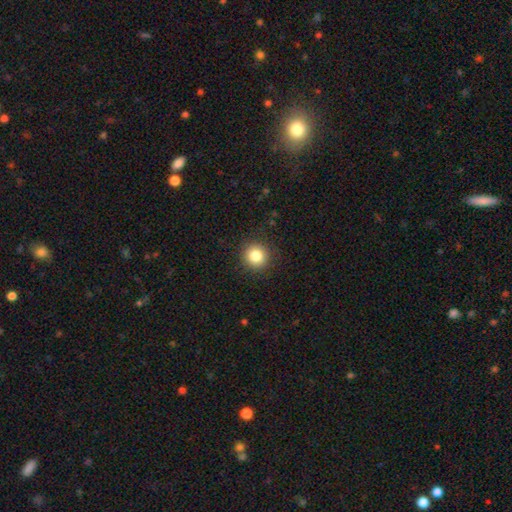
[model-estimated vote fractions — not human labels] Smooth or featured? smooth (83%)
How rounded? round (93%)
Merging? none (91%)